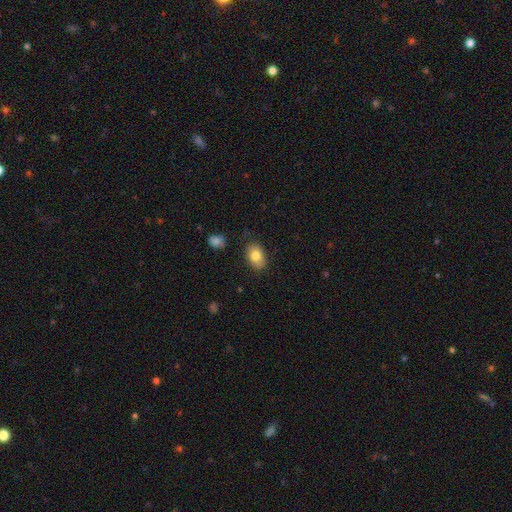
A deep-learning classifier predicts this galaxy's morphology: Smooth or featured?
  - smooth: 81% *
  - featured or disk: 11%
  - star or artifact: 8%
How rounded?
  - in between: 84% *
  - round: 15%
  - cigar-shaped: 1%
Merging?
  - none: 82% *
  - minor disturbance: 13%
  - major disturbance: 3%
  - merger: 2%